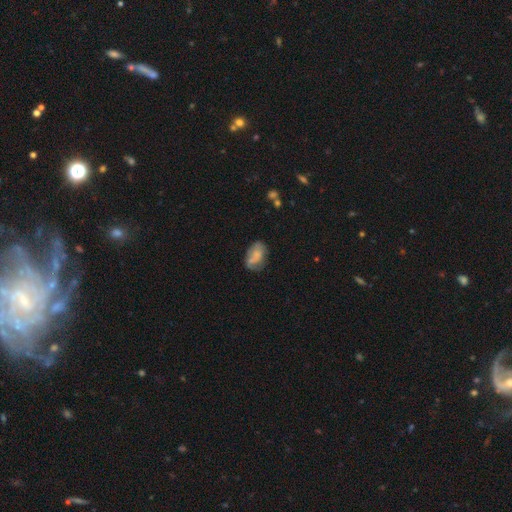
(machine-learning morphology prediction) This appears to be a smooth galaxy with no disk features (60%) that is in between round and cigar-shaped (87%). Merging: none (47%).